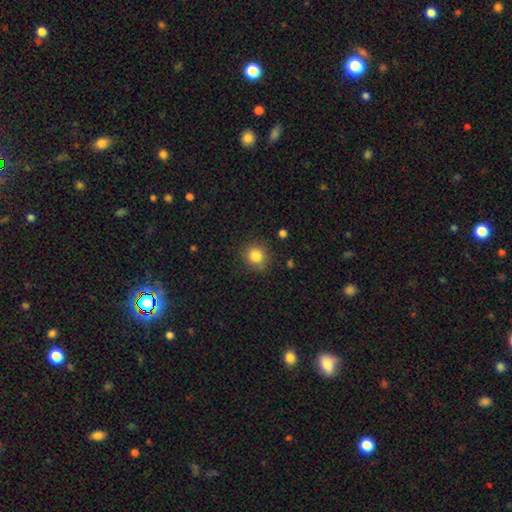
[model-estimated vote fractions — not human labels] Smooth or featured: smooth — 84% (star or artifact — 11%)
How rounded: round — 89% (in between — 10%)
Merging: none — 84% (minor disturbance — 11%)